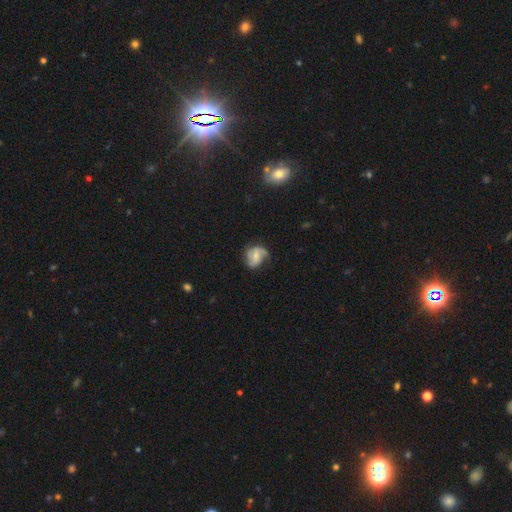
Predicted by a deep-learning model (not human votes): Overall: featured or disk (69%). Edge-on disk: no (98%). Bar: no (46%; weak 42%). Spiral arms: yes (92%). Spiral arm count: 2 (67%). Spiral winding: medium (45%; loose 29%). Bulge size: small (52%; moderate 35%). Merging: none (59%; minor disturbance 26%).